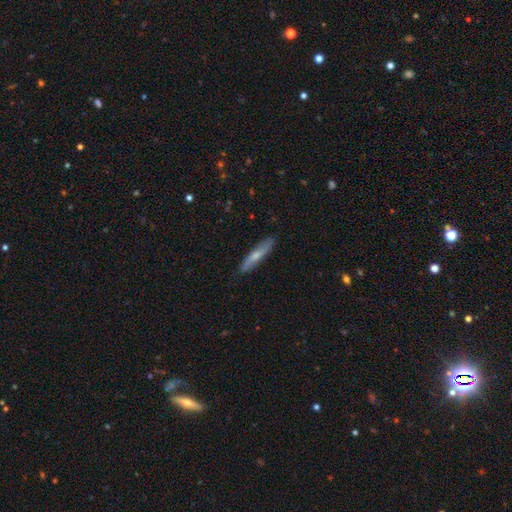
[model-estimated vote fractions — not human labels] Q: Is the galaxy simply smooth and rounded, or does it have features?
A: smooth — 57%.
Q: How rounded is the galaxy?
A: cigar-shaped — 86%.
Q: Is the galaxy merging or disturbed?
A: none — 86%.